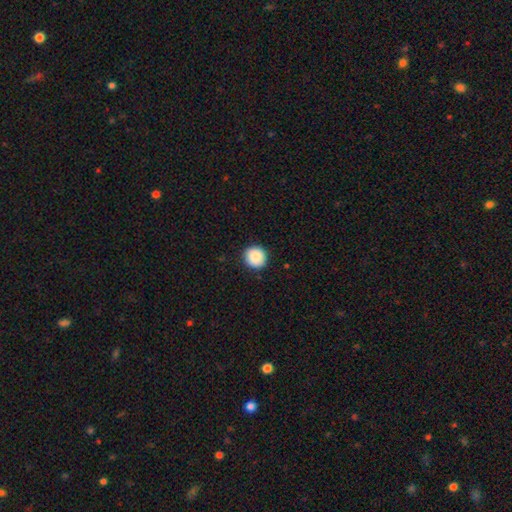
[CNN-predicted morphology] This appears to be a smooth galaxy with no disk features (88%) that is round (94%). Merging: none (91%).